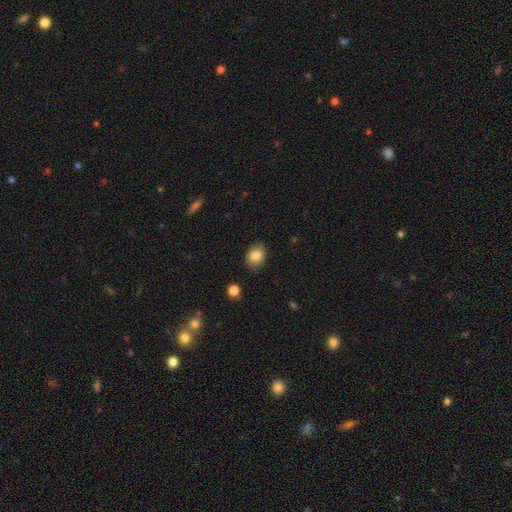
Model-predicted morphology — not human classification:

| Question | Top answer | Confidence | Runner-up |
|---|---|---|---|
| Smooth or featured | smooth | 86% | star or artifact (9%) |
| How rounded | in between | 56% | round (43%) |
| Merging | none | 83% | minor disturbance (13%) |